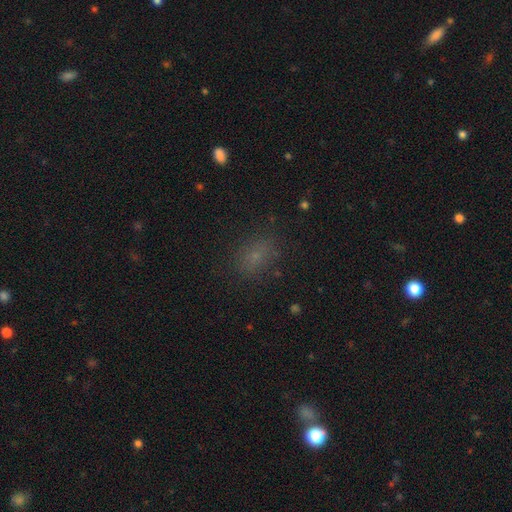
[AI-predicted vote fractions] Morphology: type=smooth (68%); roundness=in between (69%); merging=none (79%).